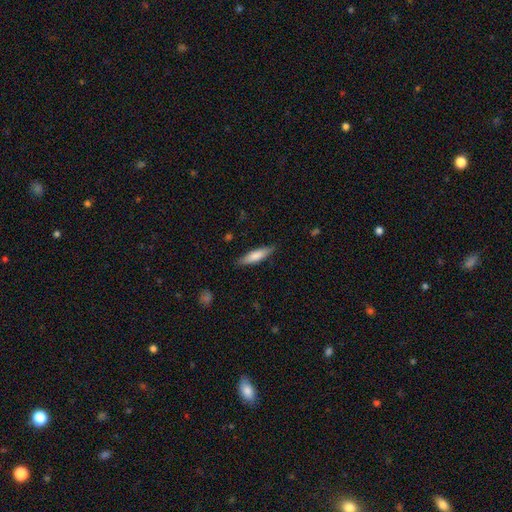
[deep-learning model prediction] The model was most divided on "how rounded": cigar-shaped: 69%, in between: 29%, round: 1%. More confident: merging — none (84%); smooth or featured — smooth (76%).